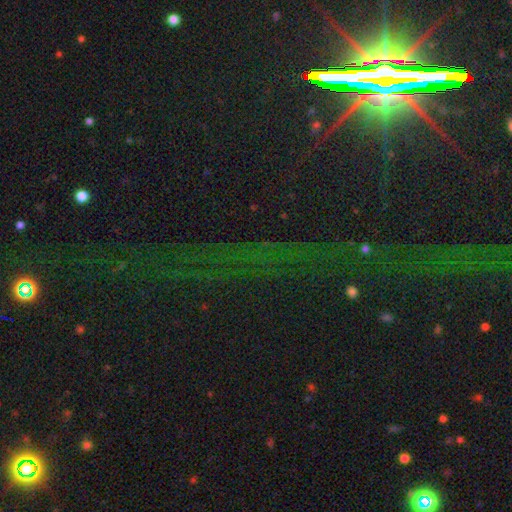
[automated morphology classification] The model was most divided on "smooth or featured": star or artifact: 80%, featured or disk: 12%, smooth: 8%.